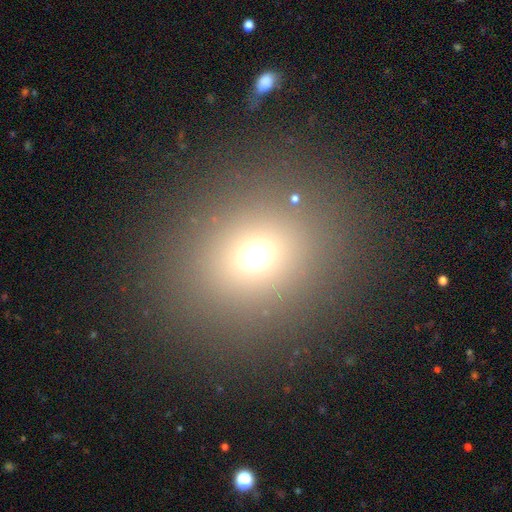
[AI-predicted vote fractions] A smooth galaxy with no disk features (66%) that is round (76%). Merging: none (86%).